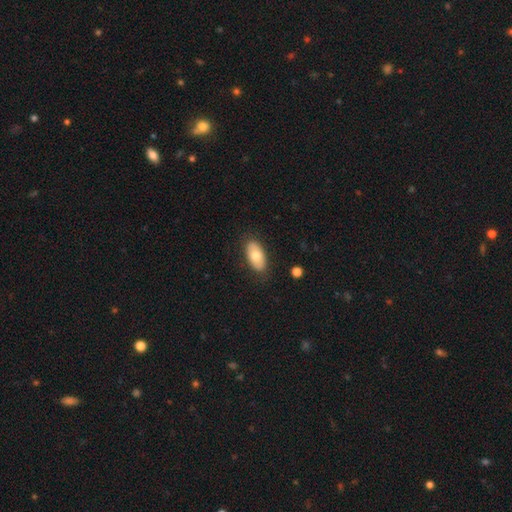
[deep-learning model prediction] This is likely a smooth galaxy (71%). How rounded: clearly in between (93%). Merging: clearly none (85%).